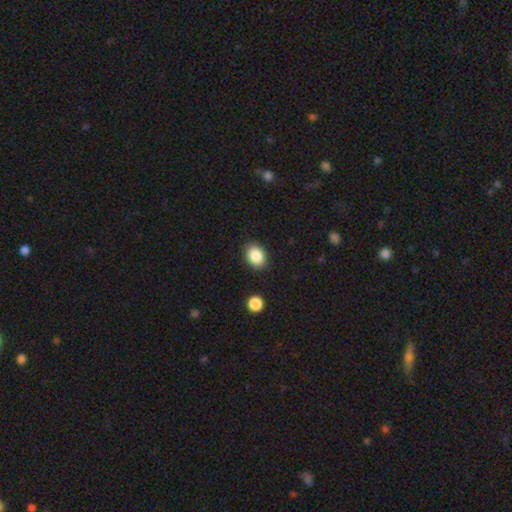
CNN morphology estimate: smooth_or_featured: smooth (p=0.87) [alt: star or artifact p=0.09]
how_rounded: in between (p=0.61) [alt: round p=0.38]
merging: none (p=0.88) [alt: minor disturbance p=0.08]